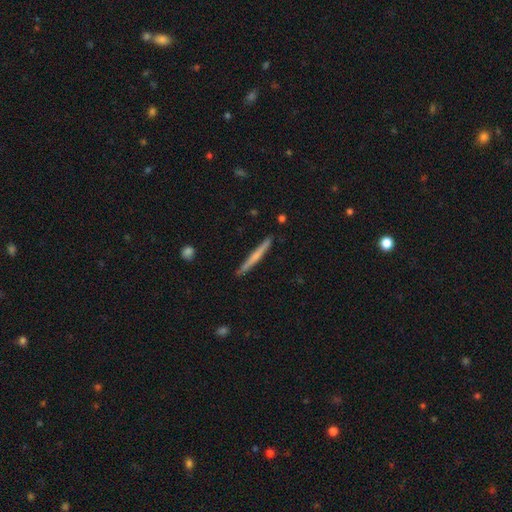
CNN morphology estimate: Q: Smooth or featured?
A: smooth (52%); runner-up: featured or disk (43%)
Q: How rounded?
A: cigar-shaped (97%); runner-up: in between (2%)
Q: Merging?
A: none (90%); runner-up: minor disturbance (7%)